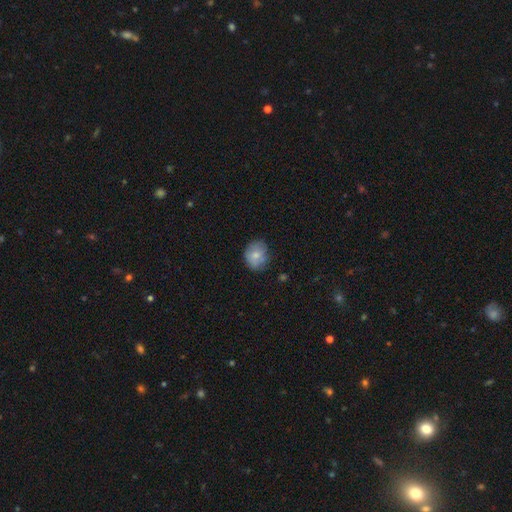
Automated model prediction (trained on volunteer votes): Smooth or featured: smooth — 75% (featured or disk — 18%)
How rounded: round — 59% (in between — 40%)
Merging: none — 72% (minor disturbance — 22%)